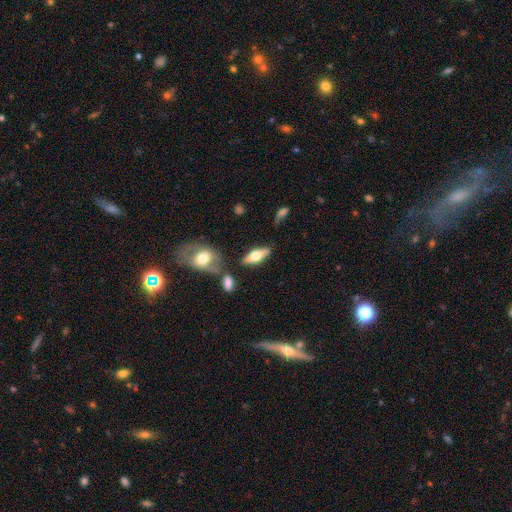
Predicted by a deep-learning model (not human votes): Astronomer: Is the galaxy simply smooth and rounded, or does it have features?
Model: featured or disk — 47%, tied with smooth at 47%.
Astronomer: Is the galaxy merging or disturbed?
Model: none — 76%.